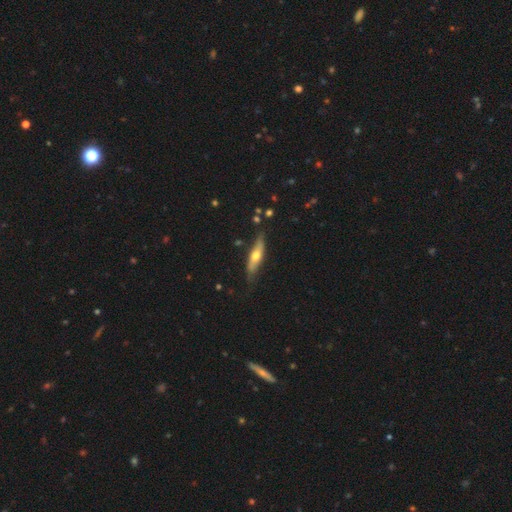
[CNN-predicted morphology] A smooth galaxy with no disk features (47%, tied with featured or disk).

Vote fractions:
- Smooth or featured? smooth: 47% (tied) / featured or disk: 47% (tied) / star or artifact: 5%
- Merging? none: 75% / minor disturbance: 19% / major disturbance: 4% / merger: 2%